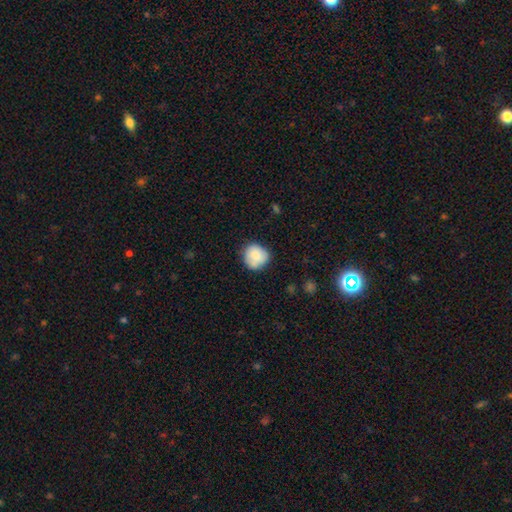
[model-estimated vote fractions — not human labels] Morphology: type=smooth (79%); roundness=round (87%); merging=none (68%).